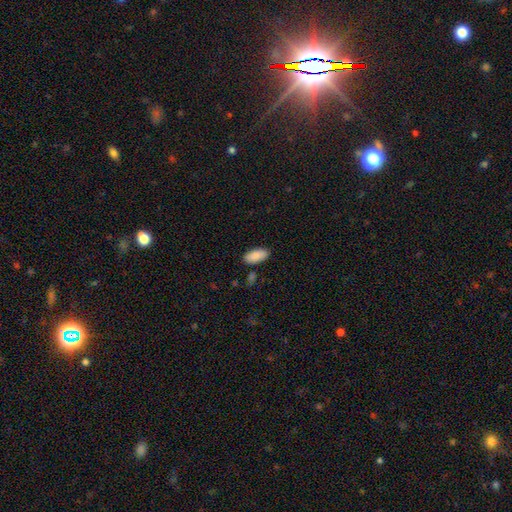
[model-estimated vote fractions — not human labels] A smooth galaxy with no disk features (89%) that is in between round and cigar-shaped (88%).

Vote fractions:
- Smooth or featured? smooth: 89% / star or artifact: 6% / featured or disk: 5%
- How rounded? in between: 88% / cigar-shaped: 10% / round: 2%
- Merging? none: 85% / minor disturbance: 10% / merger: 3% / major disturbance: 2%